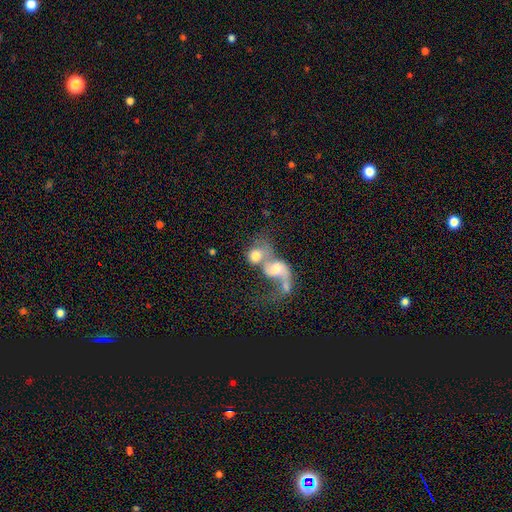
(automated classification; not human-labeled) This is possibly a smooth galaxy (46%). Merging: likely merger (75%).